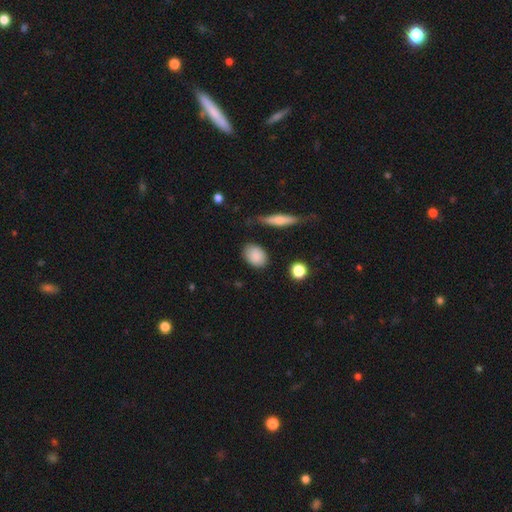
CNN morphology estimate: Smooth or featured: smooth — 86% (star or artifact — 7%)
How rounded: in between — 73% (round — 25%)
Merging: none — 78% (minor disturbance — 15%)